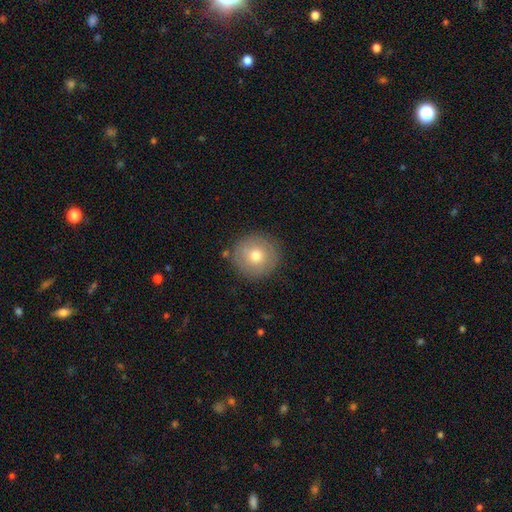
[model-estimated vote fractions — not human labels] This appears to be a smooth galaxy with no disk features (68%) that is round (95%). Merging: none (85%).